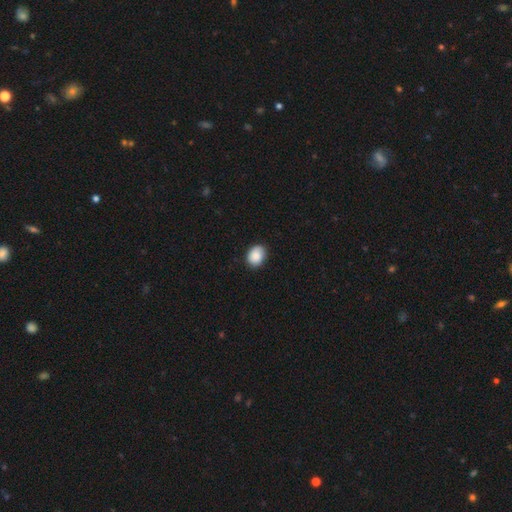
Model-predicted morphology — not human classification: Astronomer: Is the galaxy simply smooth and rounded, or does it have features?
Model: smooth — 87%.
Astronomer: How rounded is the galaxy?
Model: in between — 50%, tied with round at 50%.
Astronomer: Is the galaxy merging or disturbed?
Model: none — 83%.